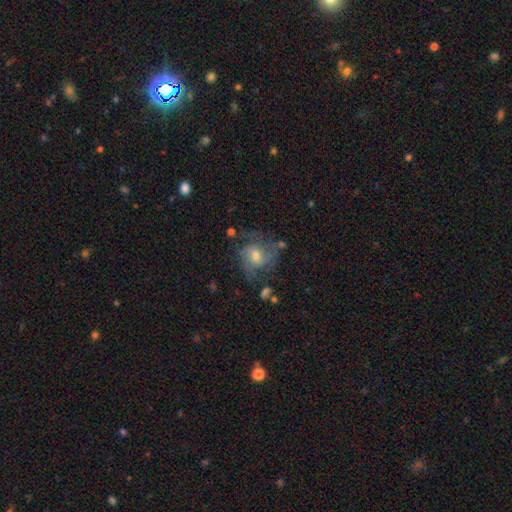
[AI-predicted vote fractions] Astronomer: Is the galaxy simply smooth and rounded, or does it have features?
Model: featured or disk — 65%.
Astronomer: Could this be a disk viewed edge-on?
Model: no — 97%.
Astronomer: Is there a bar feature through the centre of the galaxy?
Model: no — 65%.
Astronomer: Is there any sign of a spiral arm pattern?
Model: yes — 85%.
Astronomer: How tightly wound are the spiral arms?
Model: medium — 45% (runner-up: tight, 33%).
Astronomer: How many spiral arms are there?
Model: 2 — 38% (runner-up: can't tell, 29%).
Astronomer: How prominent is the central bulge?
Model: moderate — 59% (runner-up: small, 35%).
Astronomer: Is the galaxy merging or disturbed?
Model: none — 58%.